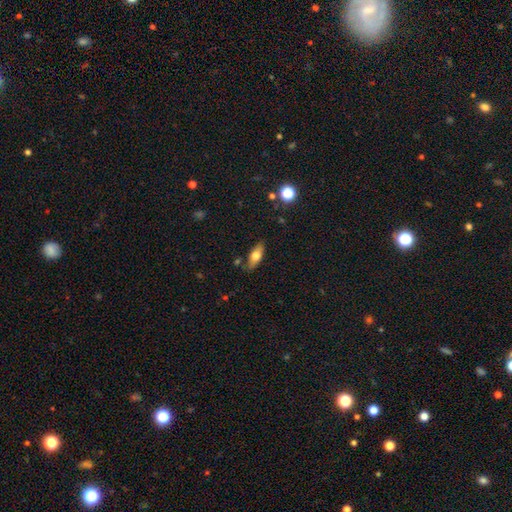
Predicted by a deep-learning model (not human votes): Smooth or featured: smooth — 67% (featured or disk — 26%)
How rounded: in between — 75% (cigar-shaped — 22%)
Merging: none — 80% (minor disturbance — 14%)